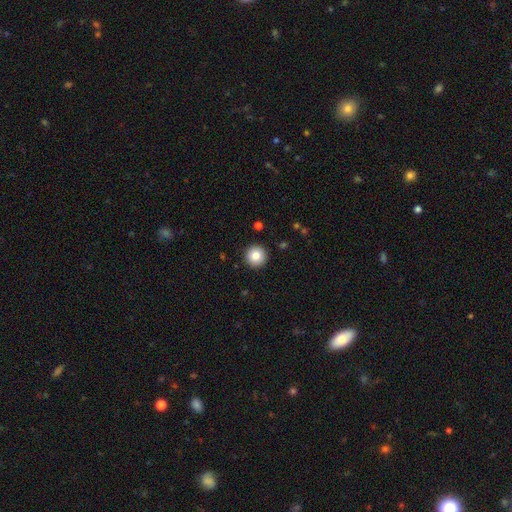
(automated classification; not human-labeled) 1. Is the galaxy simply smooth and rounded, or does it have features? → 84% smooth, 9% star or artifact, 7% featured or disk.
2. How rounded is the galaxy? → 96% round, 3% in between, 1% cigar-shaped.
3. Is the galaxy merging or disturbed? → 93% none, 5% minor disturbance, 2% major disturbance, 1% merger.